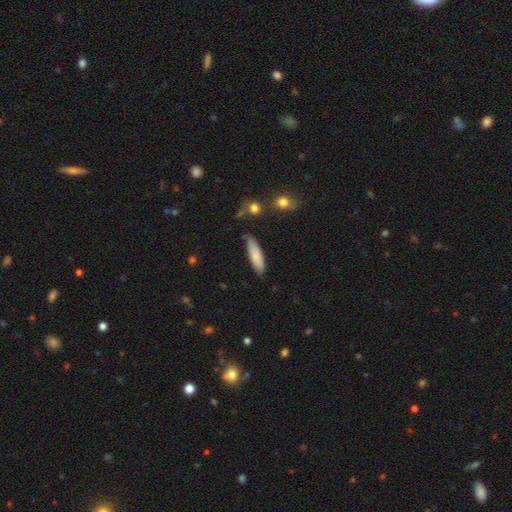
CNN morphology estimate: A smooth galaxy with no disk features (82%) that is cigar-shaped (58%). Merging: none (76%).